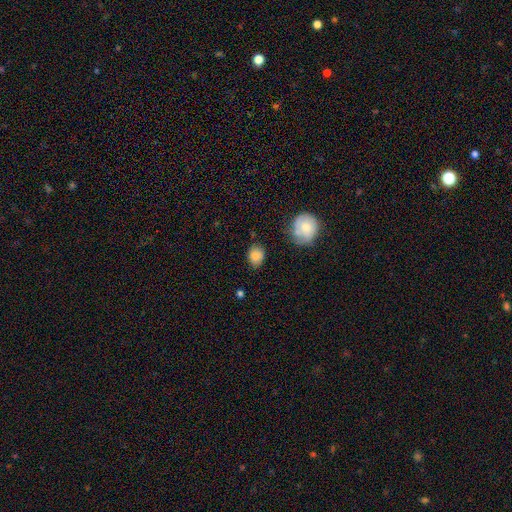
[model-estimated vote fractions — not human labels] Q: Smooth or featured?
A: smooth (83%); runner-up: star or artifact (10%)
Q: How rounded?
A: round (52%); runner-up: in between (46%)
Q: Merging?
A: none (78%); runner-up: minor disturbance (16%)